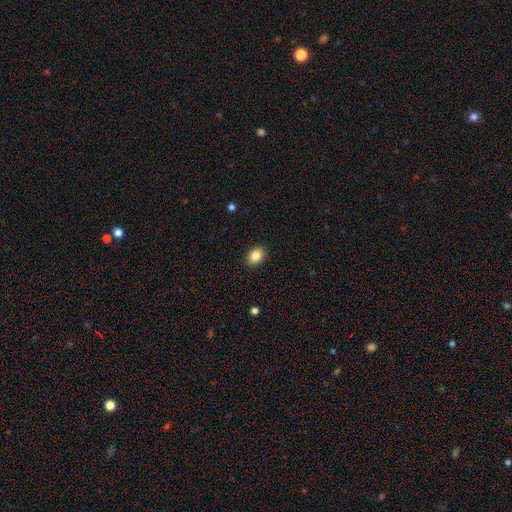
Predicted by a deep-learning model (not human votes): This appears to be a smooth galaxy with no disk features (85%) that is in between round and cigar-shaped (74%). Merging: none (89%).